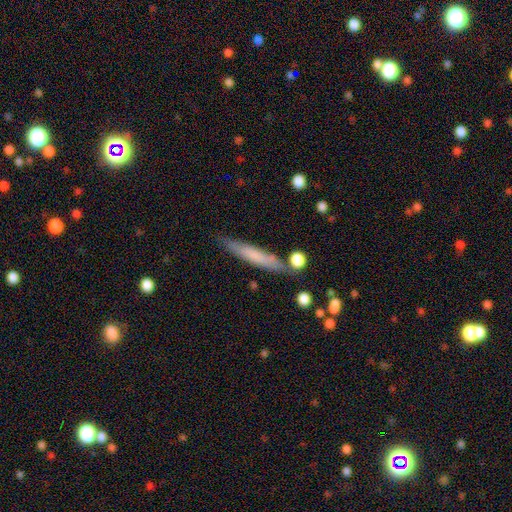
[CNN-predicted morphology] A smooth galaxy with no disk features (64%) that is cigar-shaped (93%).

Vote fractions:
- Smooth or featured? smooth: 64% / featured or disk: 30% / star or artifact: 7%
- How rounded? cigar-shaped: 93% / in between: 6% / round: 1%
- Merging? none: 79% / minor disturbance: 14% / merger: 5% / major disturbance: 3%